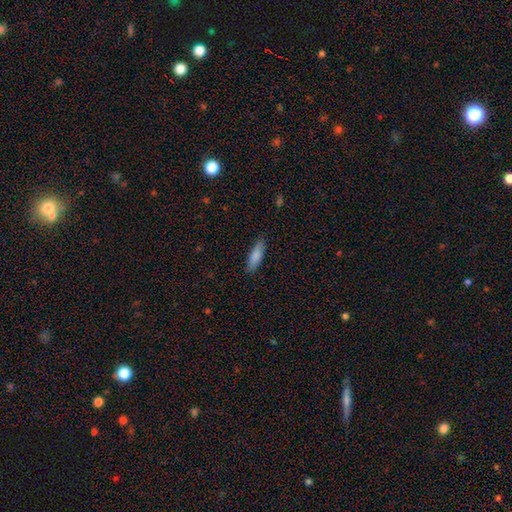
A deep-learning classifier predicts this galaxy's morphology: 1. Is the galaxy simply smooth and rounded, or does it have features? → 84% smooth, 10% featured or disk, 6% star or artifact.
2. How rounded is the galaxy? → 58% cigar-shaped, 40% in between, 2% round.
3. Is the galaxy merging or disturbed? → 86% none, 10% minor disturbance, 2% major disturbance, 1% merger.